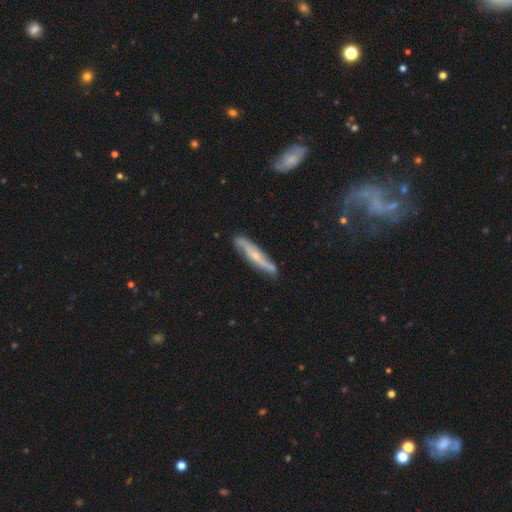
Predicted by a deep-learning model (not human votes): Smooth or featured: featured or disk — 67% (smooth — 27%)
Edge-on disk: yes — 62% (no — 38%)
Merging: none — 80% (minor disturbance — 15%)